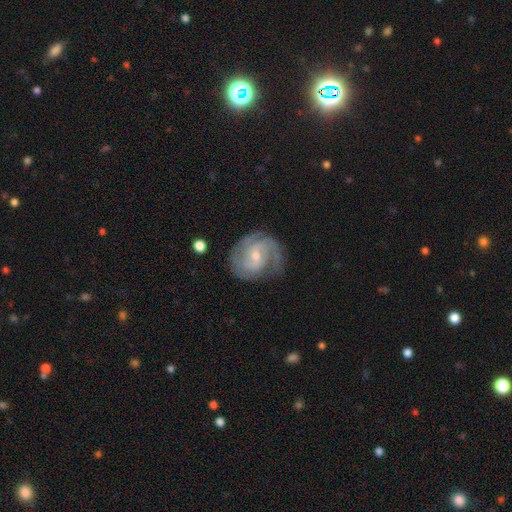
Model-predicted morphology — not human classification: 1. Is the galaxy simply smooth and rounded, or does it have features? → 86% featured or disk, 8% smooth, 6% star or artifact.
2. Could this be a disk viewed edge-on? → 98% no, 2% yes.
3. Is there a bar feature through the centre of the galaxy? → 48% weak, 38% no, 14% strong.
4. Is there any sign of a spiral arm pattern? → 96% yes, 4% no.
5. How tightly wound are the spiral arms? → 51% tight, 40% medium, 9% loose.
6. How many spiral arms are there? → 53% 2, 19% 3, 16% can't tell, 4% 1, 4% 4, 3% more than 4.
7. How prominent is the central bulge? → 62% small, 34% moderate, 1% none, 1% large, 1% dominant.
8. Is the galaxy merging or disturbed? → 73% none, 18% minor disturbance, 7% major disturbance, 2% merger.